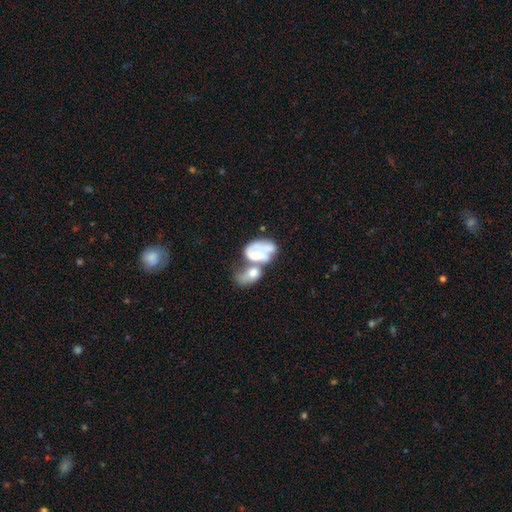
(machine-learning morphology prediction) Overall: featured or disk (54%; smooth 38%). Edge-on disk: no (97%). Bar: no (78%). Spiral arms: no (64%; yes 36%). Bulge size: moderate (40%; none 24%). Merging: merger (67%).